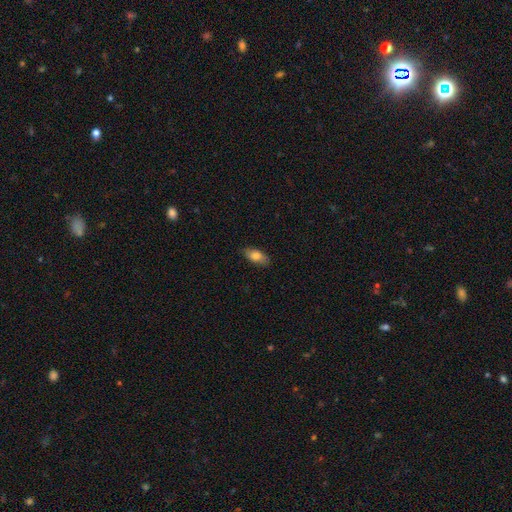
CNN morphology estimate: Smooth or featured? smooth (79%)
How rounded? in between (86%)
Merging? none (86%)